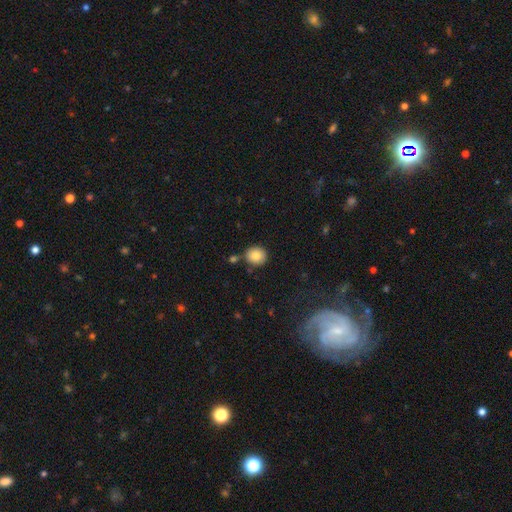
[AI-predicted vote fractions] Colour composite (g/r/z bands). It shows a smooth galaxy with no disk features (83%) that is round (85%). Merging: none (78%).